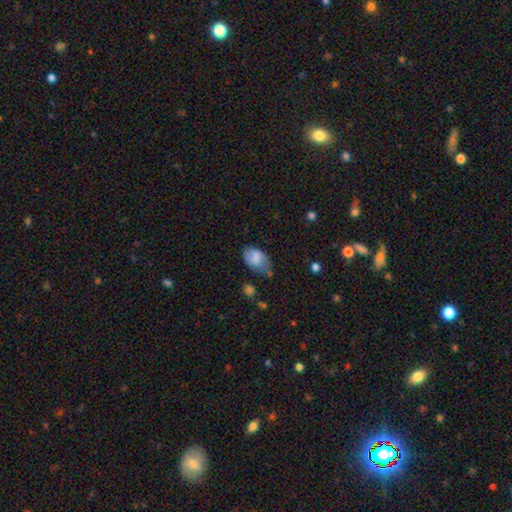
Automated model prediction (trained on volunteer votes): The model was most divided on "merging": none: 53%, minor disturbance: 34%, major disturbance: 10%, merger: 3%. More confident: how rounded — in between (90%); smooth or featured — smooth (67%).